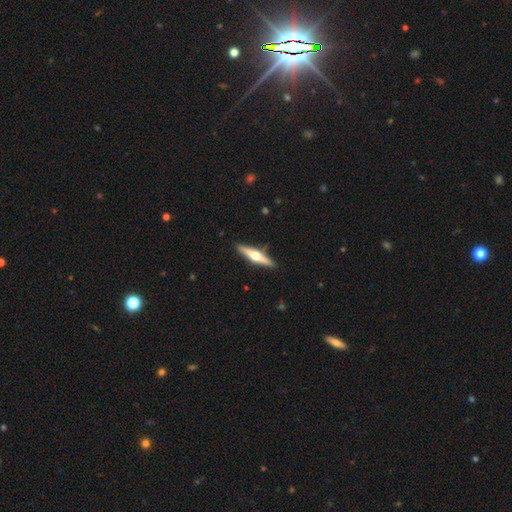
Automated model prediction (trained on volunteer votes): The model was most divided on "smooth or featured": featured or disk: 68%, smooth: 27%, star or artifact: 5%. More confident: edge-on disk — yes (97%); edge-on bulge — rounded (95%); merging — none (89%).